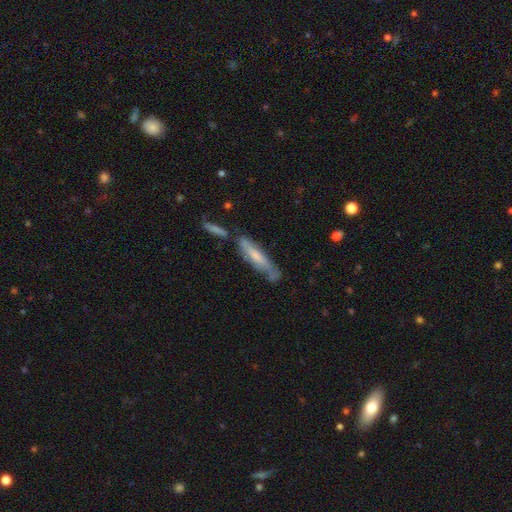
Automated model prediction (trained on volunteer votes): The model was most divided on "smooth or featured" (2-way tie): featured or disk: 47%, smooth: 47%, star or artifact: 6%. More confident: merging — none (54%).